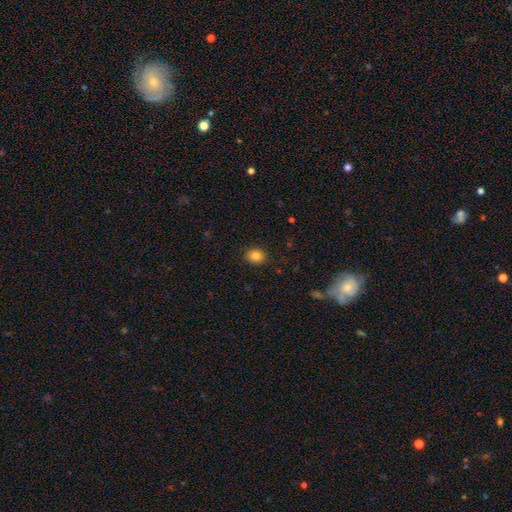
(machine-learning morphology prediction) Smooth or featured?
  - smooth: 84% *
  - star or artifact: 10%
  - featured or disk: 6%
How rounded?
  - round: 53% *
  - in between: 46%
  - cigar-shaped: 1%
Merging?
  - none: 89% *
  - minor disturbance: 8%
  - major disturbance: 2%
  - merger: 1%